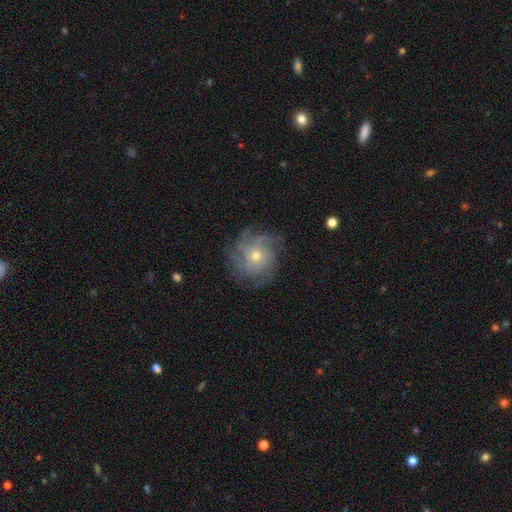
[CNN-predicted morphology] A featured or disk galaxy (79%) with no bar (79%), can't tell (26%, tied with 4) tight (56%) spiral arms (95%) and a small central bulge (50%).

Vote fractions:
- Smooth or featured? featured or disk: 79% / smooth: 12% / star or artifact: 9%
- Edge-on disk? no: 97% / yes: 3%
- Bar? no: 79% / weak: 18% / strong: 3%
- Spiral arms? yes: 95% / no: 5%
- Spiral winding? tight: 56% / medium: 33% / loose: 11%
- Spiral arm count? can't tell: 26% (tied) / 4: 26% (tied) / more than 4: 21% / 3: 13% / 2: 7% / 1: 7%
- Bulge size? small: 50% / moderate: 46% / large: 2% / none: 1% / dominant: 1%
- Merging? none: 79% / minor disturbance: 14% / major disturbance: 7% / merger: 1%